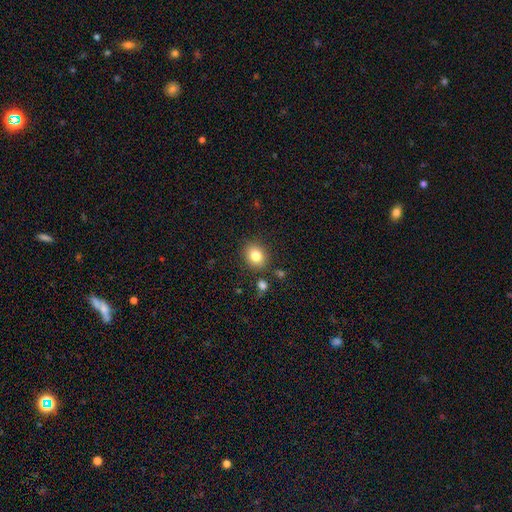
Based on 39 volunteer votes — Smooth or featured? 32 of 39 (82%) said smooth. How rounded? 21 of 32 (66%) said in between. Merging? 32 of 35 (91%) said none.